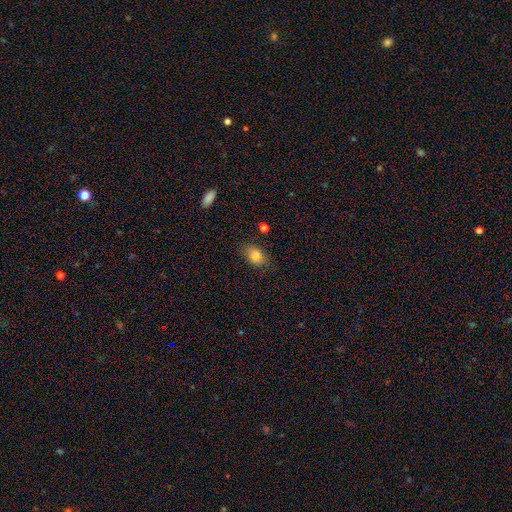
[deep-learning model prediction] A smooth galaxy with no disk features (75%) that is in between round and cigar-shaped (85%). Merging: none (78%).